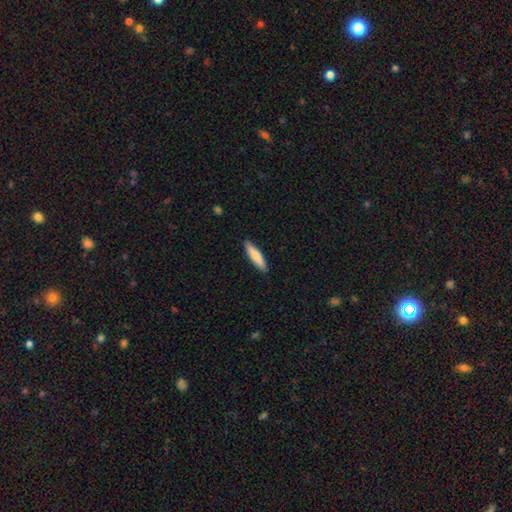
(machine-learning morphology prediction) smooth_or_featured: smooth (p=0.78) [alt: featured or disk p=0.16]
how_rounded: cigar-shaped (p=0.77) [alt: in between p=0.21]
merging: none (p=0.89) [alt: minor disturbance p=0.08]